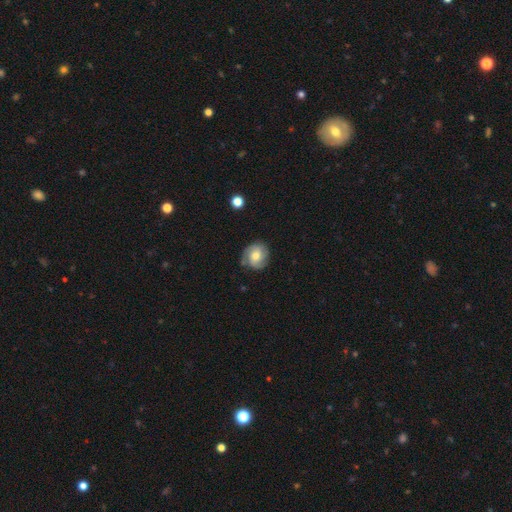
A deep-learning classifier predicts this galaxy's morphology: Smooth or featured? featured or disk (49%)
Merging? none (74%)